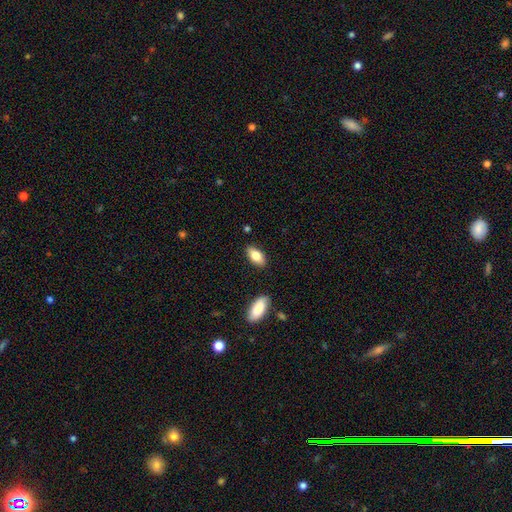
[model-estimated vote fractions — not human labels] Smooth or featured?
  - smooth: 80% *
  - featured or disk: 13%
  - star or artifact: 7%
How rounded?
  - in between: 89% *
  - cigar-shaped: 8%
  - round: 3%
Merging?
  - none: 86% *
  - minor disturbance: 10%
  - merger: 2%
  - major disturbance: 2%